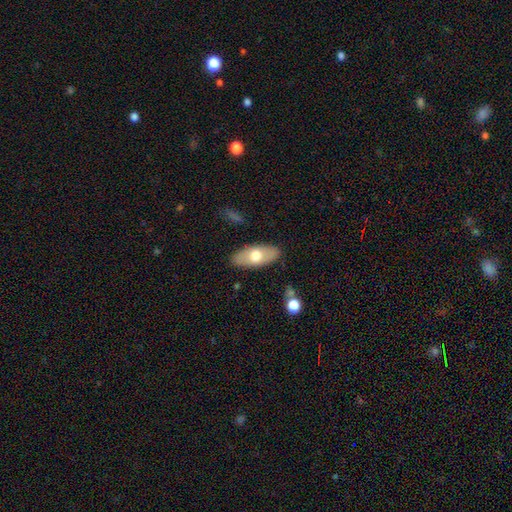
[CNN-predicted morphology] Smooth or featured?
  - smooth: 62% *
  - featured or disk: 32%
  - star or artifact: 6%
How rounded?
  - in between: 88% *
  - cigar-shaped: 9%
  - round: 3%
Merging?
  - none: 87% *
  - minor disturbance: 10%
  - major disturbance: 2%
  - merger: 1%